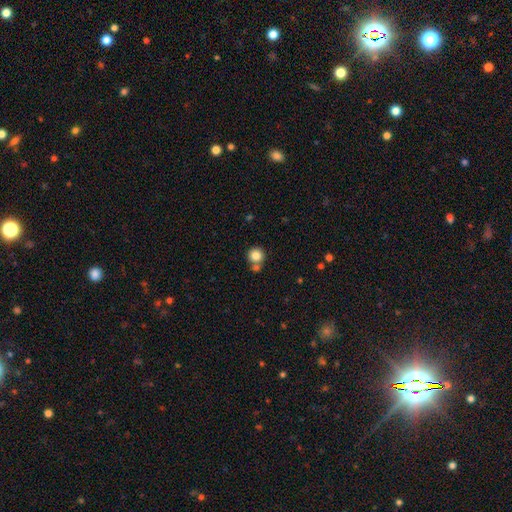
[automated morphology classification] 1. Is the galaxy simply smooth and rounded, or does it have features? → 83% smooth, 10% star or artifact, 7% featured or disk.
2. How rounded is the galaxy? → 93% round, 7% in between, 1% cigar-shaped.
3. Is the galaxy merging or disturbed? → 63% none, 24% merger, 10% minor disturbance, 3% major disturbance.